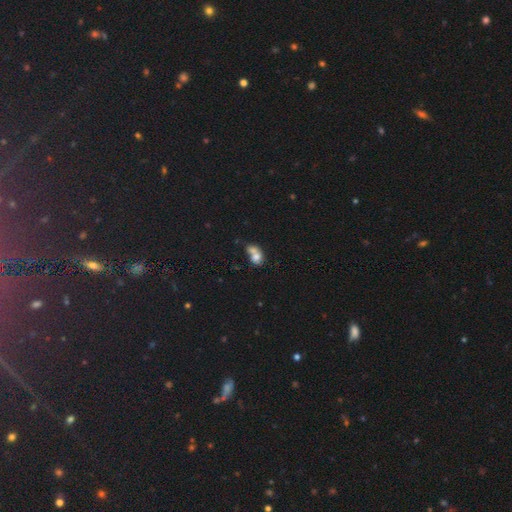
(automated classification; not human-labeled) Smooth or featured: smooth — 70% (featured or disk — 20%)
How rounded: in between — 52% (round — 46%)
Merging: merger — 68% (none — 19%)